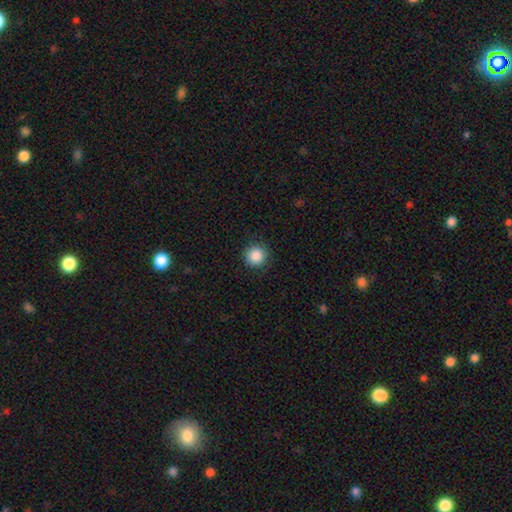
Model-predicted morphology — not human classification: smooth 88%, star or artifact 9%, featured or disk 3%. Down the decision tree: how rounded — round (95%); merging — none (91%).